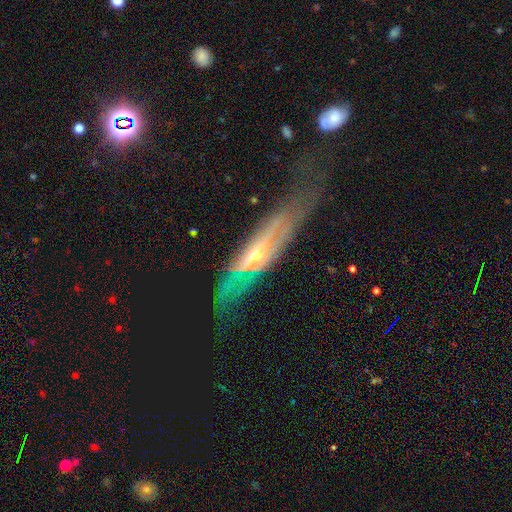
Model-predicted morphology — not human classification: Q: Smooth or featured?
A: featured or disk (73%); runner-up: smooth (17%)
Q: Edge-on disk?
A: yes (52%); runner-up: no (48%)
Q: Merging?
A: none (48%); runner-up: minor disturbance (25%)